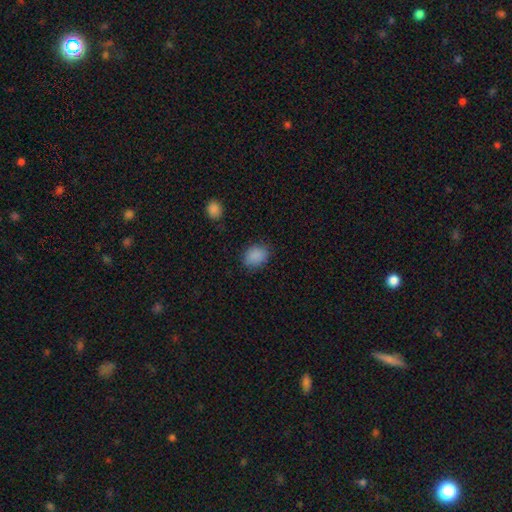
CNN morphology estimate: smooth-or-featured: smooth: 86% | star or artifact: 10% | featured or disk: 4%
  how-rounded: in between: 56% | round: 43% | cigar-shaped: 1%
  merging: none: 81% | minor disturbance: 14% | major disturbance: 4% | merger: 1%